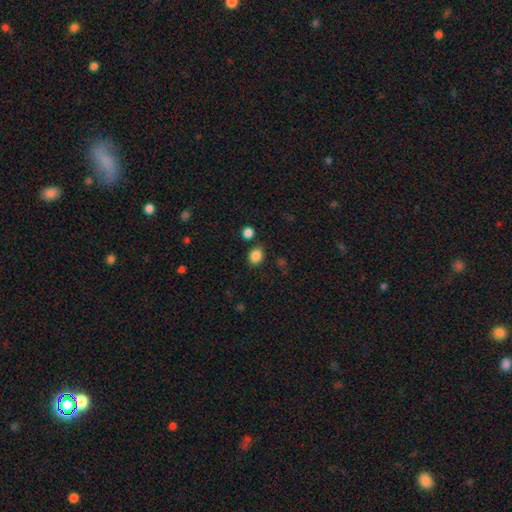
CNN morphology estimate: Overall: smooth (86%). How rounded: round (60%; in between 39%). Merging: none (82%).